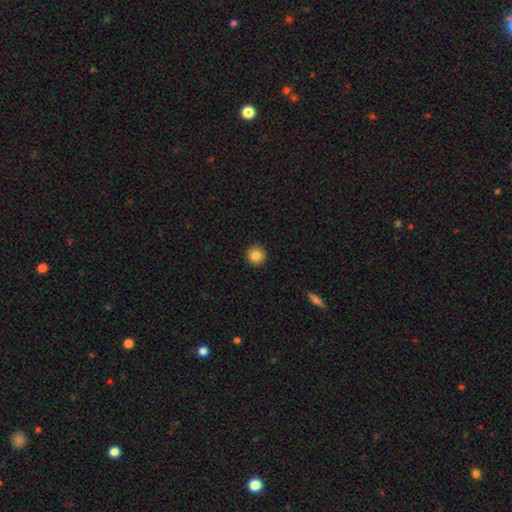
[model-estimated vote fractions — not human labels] This appears to be a smooth galaxy with no disk features (86%) that is round (94%). Merging: none (92%).